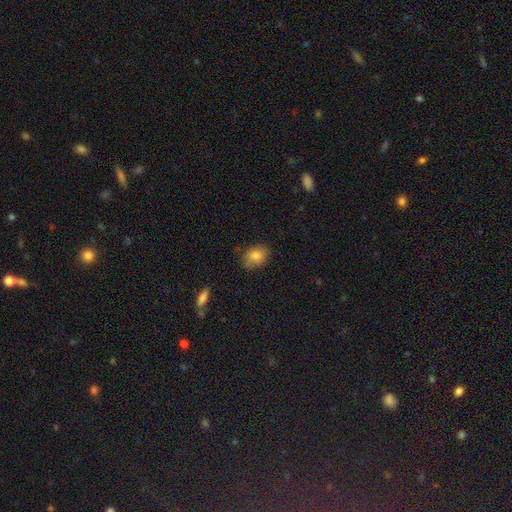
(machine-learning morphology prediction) This is clearly a smooth galaxy (82%). How rounded: likely in between (66%). Merging: likely none (79%).